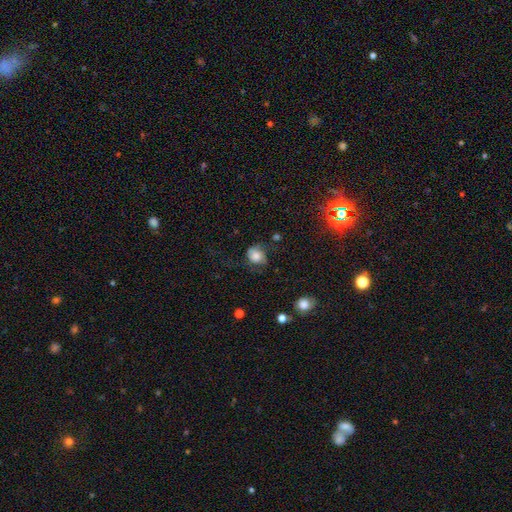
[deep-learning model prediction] Overall: smooth (72%). How rounded: round (58%; in between 41%). Merging: none (49%; minor disturbance 28%).